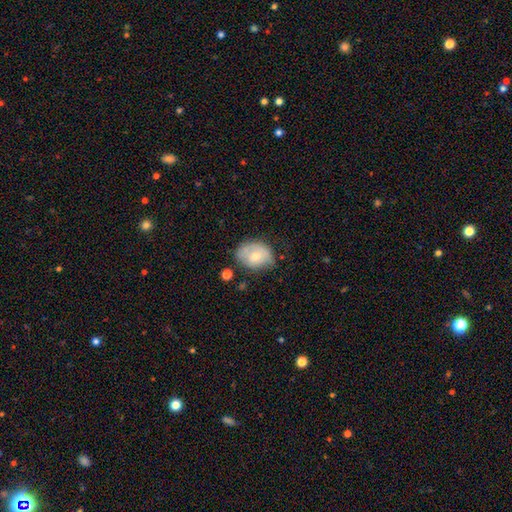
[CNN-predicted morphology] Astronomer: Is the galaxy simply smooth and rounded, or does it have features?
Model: smooth — 58% (runner-up: featured or disk, 35%).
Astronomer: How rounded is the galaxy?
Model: in between — 59% (runner-up: round, 40%).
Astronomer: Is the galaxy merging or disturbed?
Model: none — 55% (runner-up: minor disturbance, 31%).